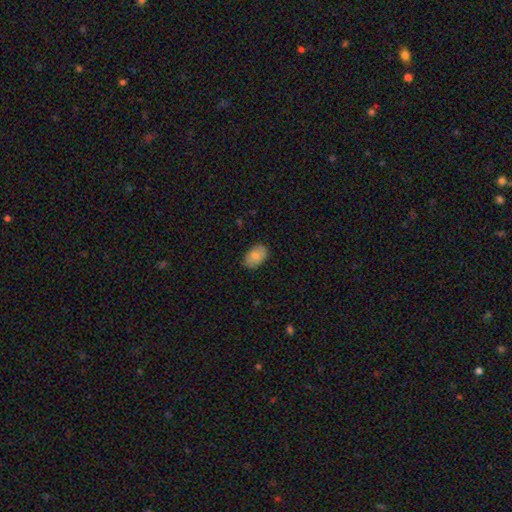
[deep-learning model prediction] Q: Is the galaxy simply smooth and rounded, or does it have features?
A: smooth — 82%.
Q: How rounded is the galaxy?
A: in between — 91%.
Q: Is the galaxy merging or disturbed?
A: none — 82%.